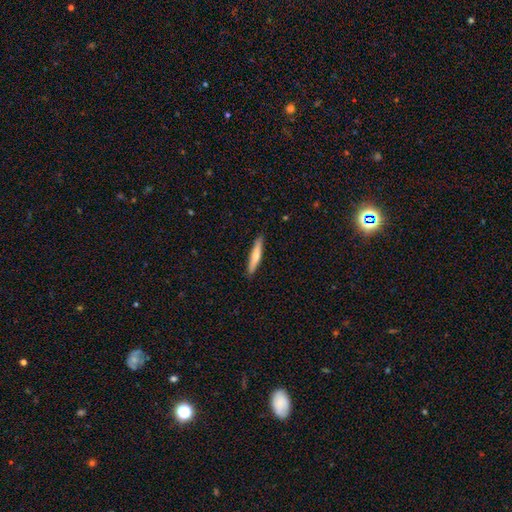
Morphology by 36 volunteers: Smooth or featured?
  - smooth: 58% *
  - featured or disk: 42%
  - star or artifact: 0%
How rounded?
  - cigar-shaped: 100% *
  - round: 0%
  - in between: 0%
Merging?
  - none: 86% *
  - minor disturbance: 6%
  - major disturbance: 6%
  - merger: 3%